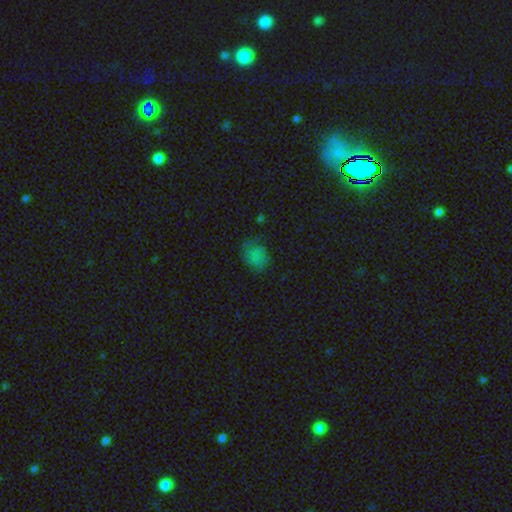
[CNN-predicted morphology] Smooth or featured? smooth (67%)
How rounded? round (50%)
Merging? none (54%)